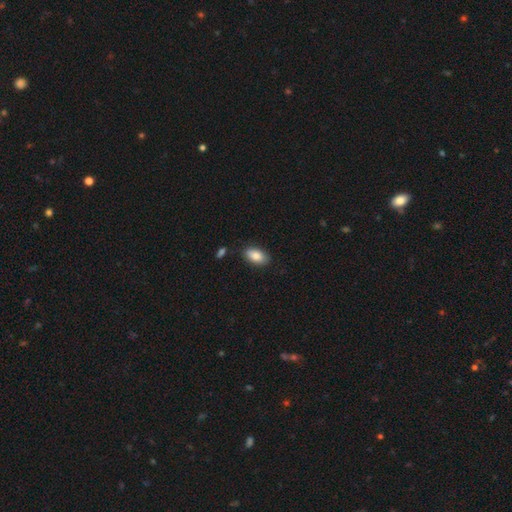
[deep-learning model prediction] Morphology: type=smooth (85%); roundness=in between (93%); merging=none (85%).